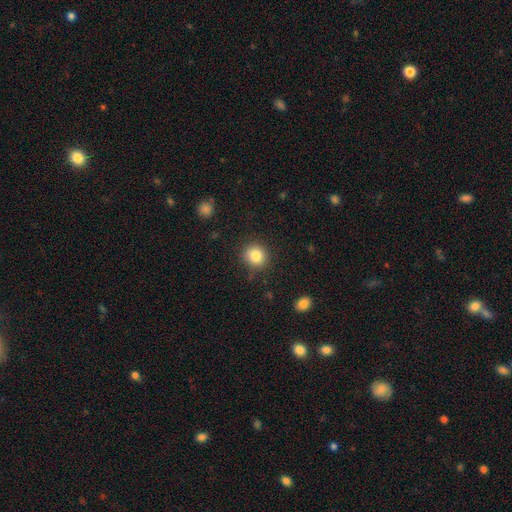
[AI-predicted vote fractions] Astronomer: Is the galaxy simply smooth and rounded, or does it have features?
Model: smooth — 84%.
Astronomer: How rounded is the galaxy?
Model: round — 89%.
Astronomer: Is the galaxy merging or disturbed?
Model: none — 86%.